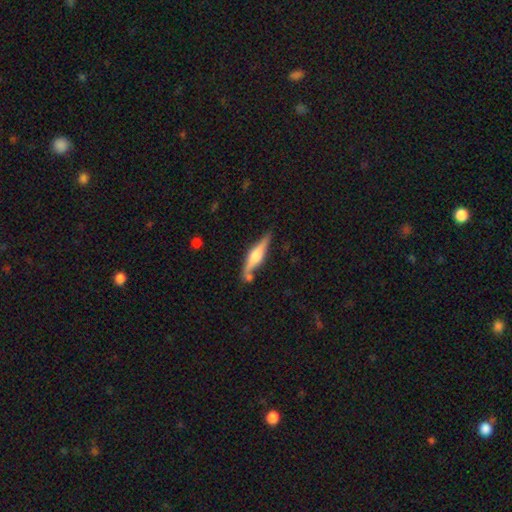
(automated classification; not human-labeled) Overall: featured or disk (64%; smooth 29%). Edge-on disk: yes (96%). Edge-on bulge: rounded (82%). Merging: none (73%).